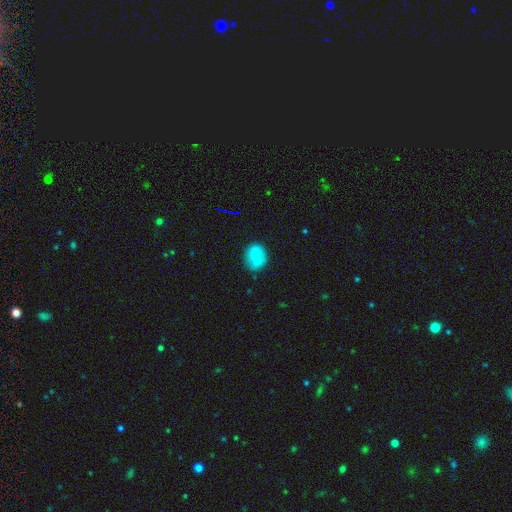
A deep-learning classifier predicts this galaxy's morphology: type=smooth (70%); roundness=round (61%); merging=none (50%).